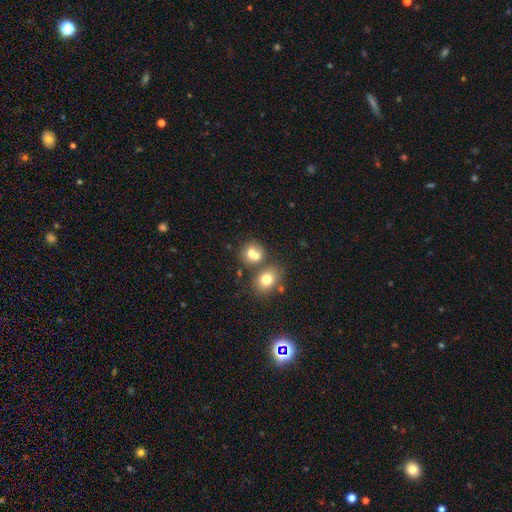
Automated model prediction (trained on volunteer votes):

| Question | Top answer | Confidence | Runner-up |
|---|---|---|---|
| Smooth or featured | smooth | 72% | featured or disk (17%) |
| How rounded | round | 71% | in between (28%) |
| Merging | merger | 49% | none (39%) |